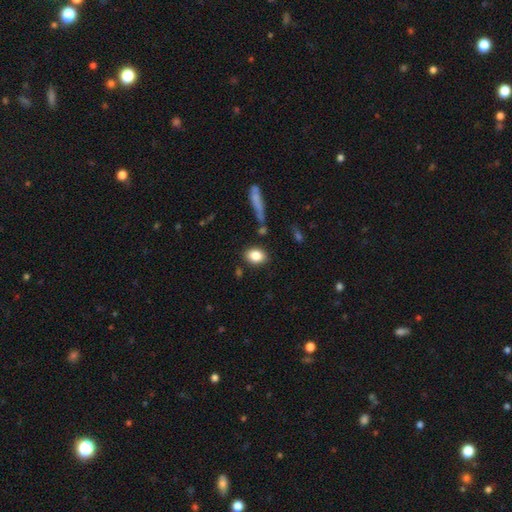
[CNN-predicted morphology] Smooth or featured?
  - smooth: 84% *
  - star or artifact: 8%
  - featured or disk: 8%
How rounded?
  - in between: 74% *
  - round: 24%
  - cigar-shaped: 2%
Merging?
  - none: 83% *
  - minor disturbance: 10%
  - merger: 4%
  - major disturbance: 3%